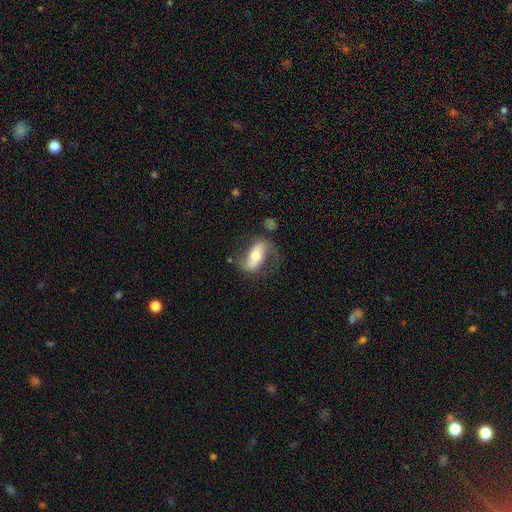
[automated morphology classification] Smooth or featured: featured or disk — 65% (smooth — 28%)
Edge-on disk: no — 89% (yes — 11%)
Bar: strong — 47% (no — 27%)
Spiral arms: yes — 83% (no — 17%)
Bulge size: moderate — 63% (small — 23%)
Merging: none — 63% (minor disturbance — 20%)